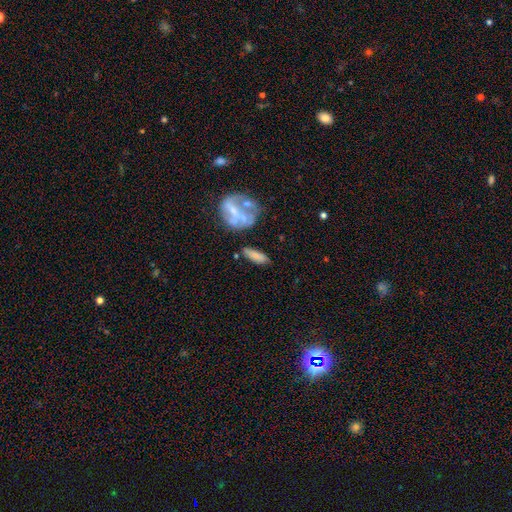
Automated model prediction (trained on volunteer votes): Smooth or featured: smooth — 70% (featured or disk — 22%)
How rounded: in between — 60% (cigar-shaped — 37%)
Merging: none — 65% (minor disturbance — 18%)